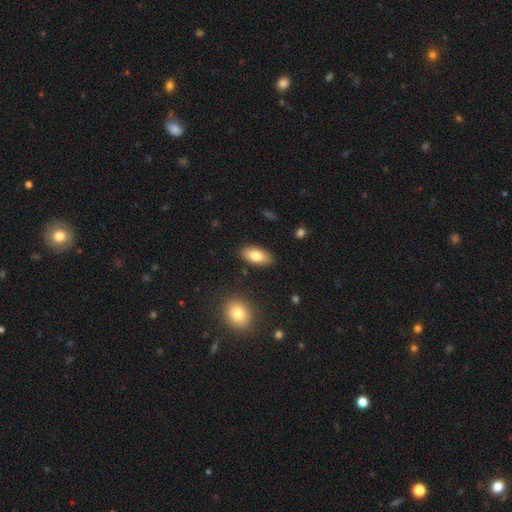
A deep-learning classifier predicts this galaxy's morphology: Smooth or featured?
  - smooth: 80% *
  - featured or disk: 13%
  - star or artifact: 7%
How rounded?
  - in between: 91% *
  - cigar-shaped: 7%
  - round: 3%
Merging?
  - none: 87% *
  - minor disturbance: 9%
  - major disturbance: 2%
  - merger: 2%